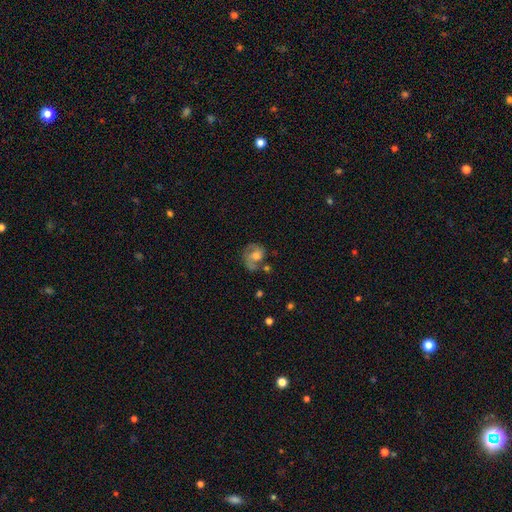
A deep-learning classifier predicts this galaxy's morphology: This is possibly a featured or disk galaxy (47%). Merging: marginally none (42%).